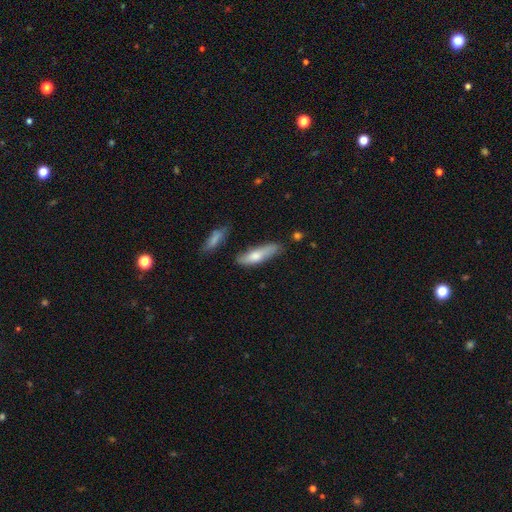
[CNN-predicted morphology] Smooth or featured? Predicted: smooth (p=0.68). How rounded? Predicted: cigar-shaped (p=0.60). Merging? Predicted: none (p=0.65).